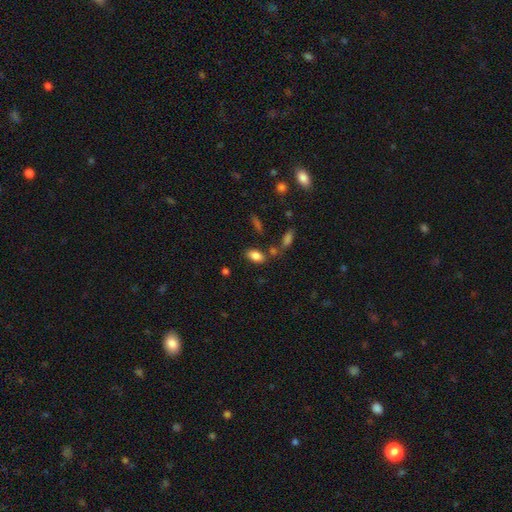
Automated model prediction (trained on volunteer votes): Overall: smooth (83%). How rounded: in between (90%). Merging: none (71%).